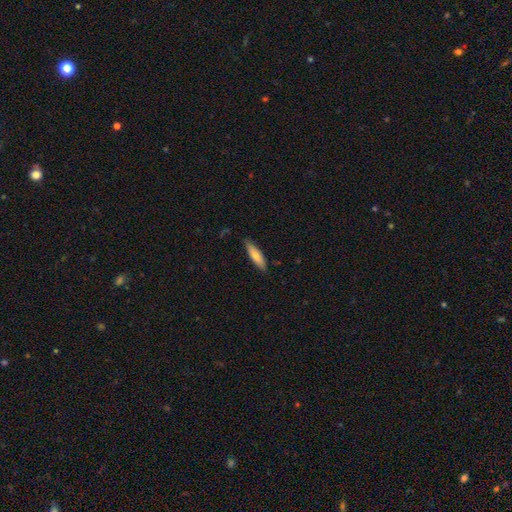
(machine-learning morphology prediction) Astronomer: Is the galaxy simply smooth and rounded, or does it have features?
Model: smooth — 74%.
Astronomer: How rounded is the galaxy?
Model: cigar-shaped — 70%.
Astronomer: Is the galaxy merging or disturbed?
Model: none — 82%.